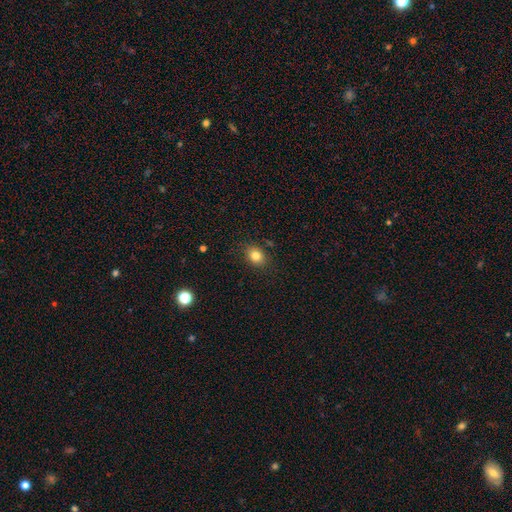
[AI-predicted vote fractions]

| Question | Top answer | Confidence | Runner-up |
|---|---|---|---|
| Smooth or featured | smooth | 81% | star or artifact (11%) |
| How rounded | in between | 52% | round (47%) |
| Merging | none | 85% | minor disturbance (10%) |